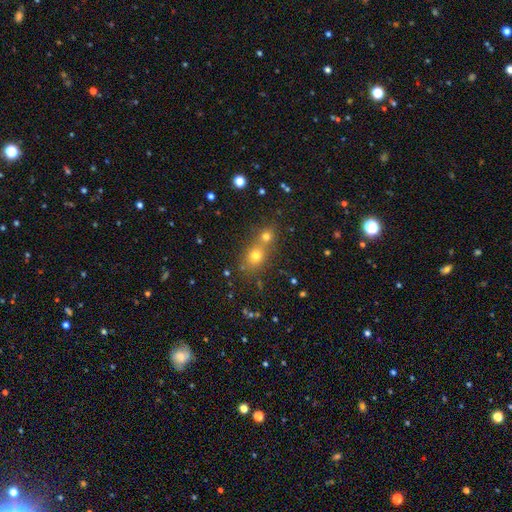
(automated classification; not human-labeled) smooth 69%, star or artifact 19%, featured or disk 12%. Down the decision tree: how rounded — round (69%); merging — merger (49%).